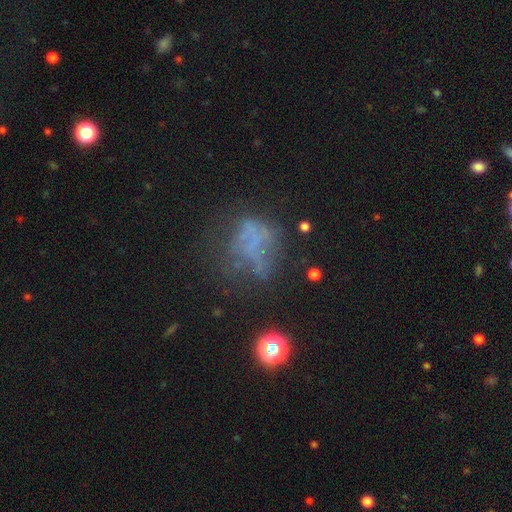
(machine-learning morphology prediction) A featured or disk galaxy (38%). Merging: none (45%).